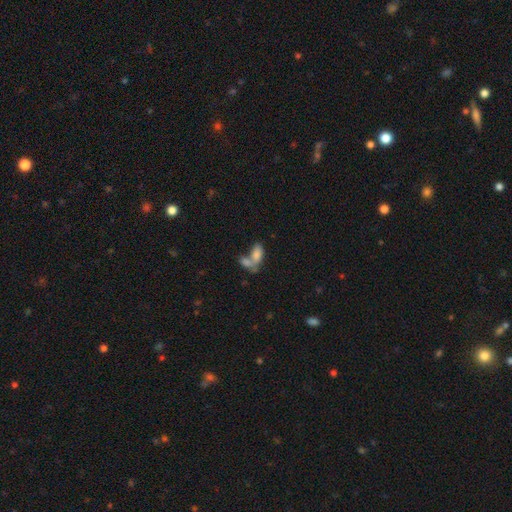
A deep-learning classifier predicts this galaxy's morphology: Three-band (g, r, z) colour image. It shows a smooth galaxy with no disk features (78%) that is in between round and cigar-shaped (91%). Merging: merger (60%).